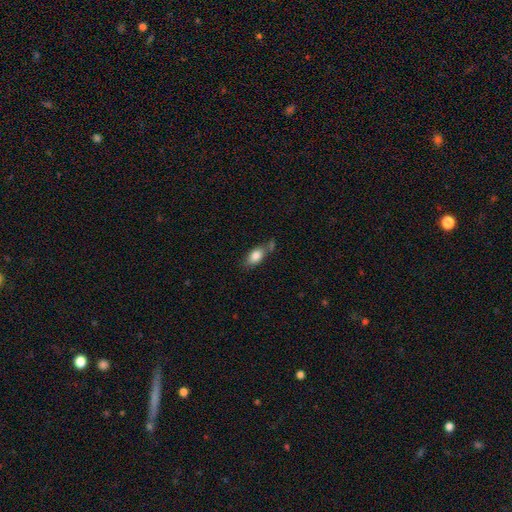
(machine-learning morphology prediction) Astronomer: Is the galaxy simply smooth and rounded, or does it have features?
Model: smooth — 79%.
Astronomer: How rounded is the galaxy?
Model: in between — 85%.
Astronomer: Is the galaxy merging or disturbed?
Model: none — 54%.